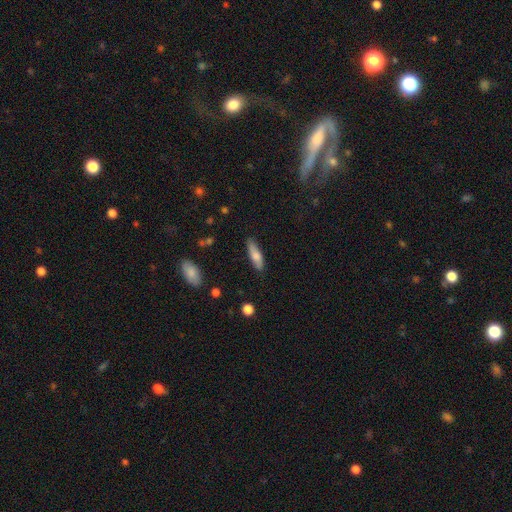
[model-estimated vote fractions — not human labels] Smooth or featured? Predicted: smooth (p=0.71). How rounded? Predicted: cigar-shaped (p=0.55). Merging? Predicted: none (p=0.82).